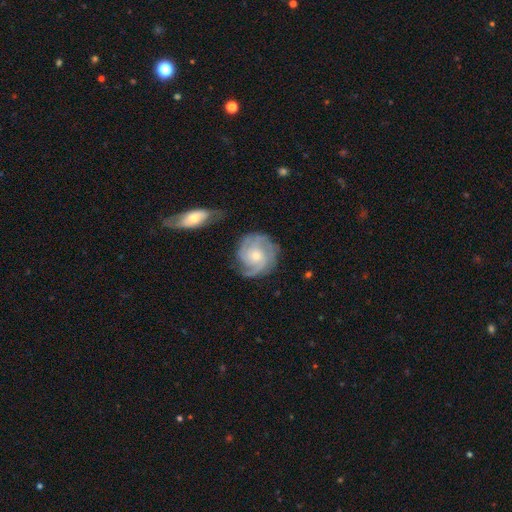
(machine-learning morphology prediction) Smooth or featured? Predicted: featured or disk (p=0.83). Edge-on disk? Predicted: no (p=0.98). Bar? Predicted: no (p=0.75). Spiral arms? Predicted: yes (p=0.96). Spiral winding? Predicted: tight (p=0.58). Spiral arm count? Predicted: 3 (p=0.37). Bulge size? Predicted: small (p=0.56). Merging? Predicted: none (p=0.71).